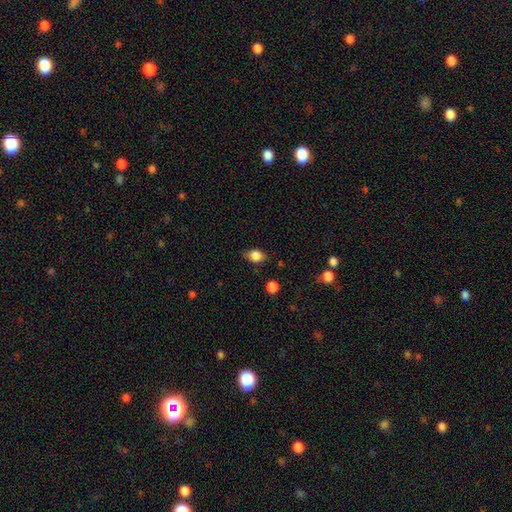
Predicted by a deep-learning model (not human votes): This appears to be a smooth galaxy with no disk features (82%) that is in between round and cigar-shaped (66%). Merging: none (73%).